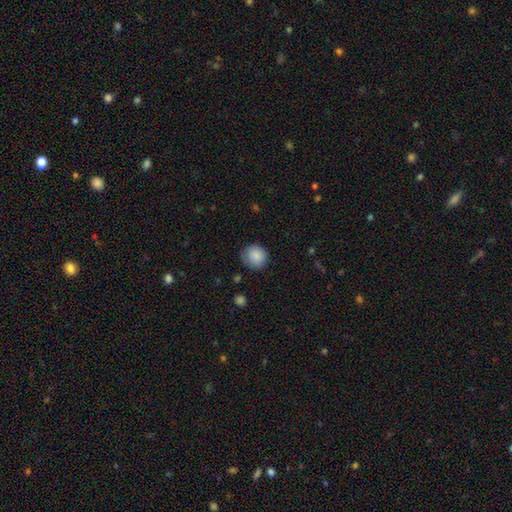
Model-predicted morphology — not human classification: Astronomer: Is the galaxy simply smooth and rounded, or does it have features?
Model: smooth — 86%.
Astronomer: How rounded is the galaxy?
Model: round — 86%.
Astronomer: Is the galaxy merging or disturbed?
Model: none — 74%.